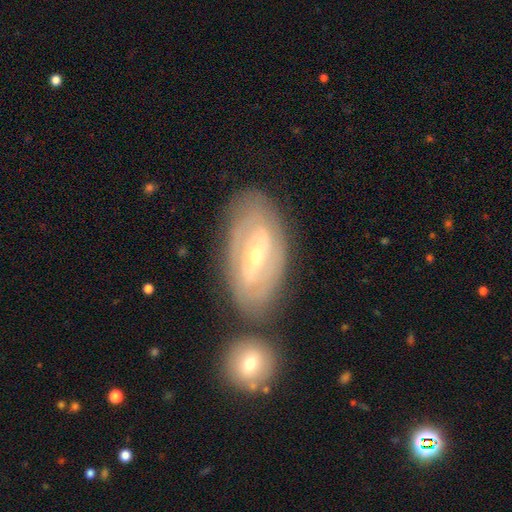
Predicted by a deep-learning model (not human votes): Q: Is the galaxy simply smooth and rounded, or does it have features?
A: featured or disk — 76%.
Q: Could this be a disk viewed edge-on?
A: no — 91%.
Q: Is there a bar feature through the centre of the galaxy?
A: strong — 44%.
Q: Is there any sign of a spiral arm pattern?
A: yes — 71%.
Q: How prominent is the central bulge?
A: small — 58%.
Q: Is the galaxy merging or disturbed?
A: none — 71%.